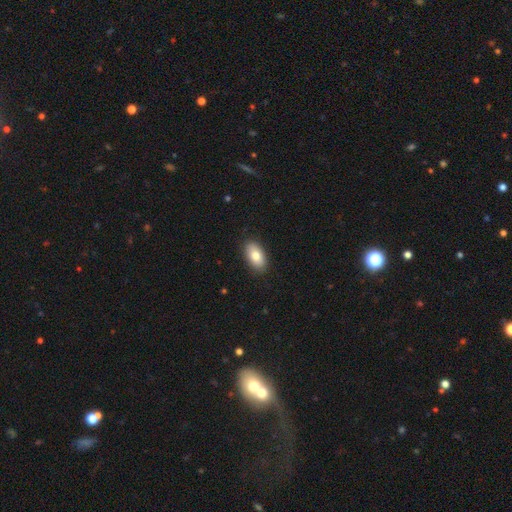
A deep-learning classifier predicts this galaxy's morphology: This is clearly a smooth galaxy (81%). How rounded: clearly in between (93%). Merging: clearly none (88%).